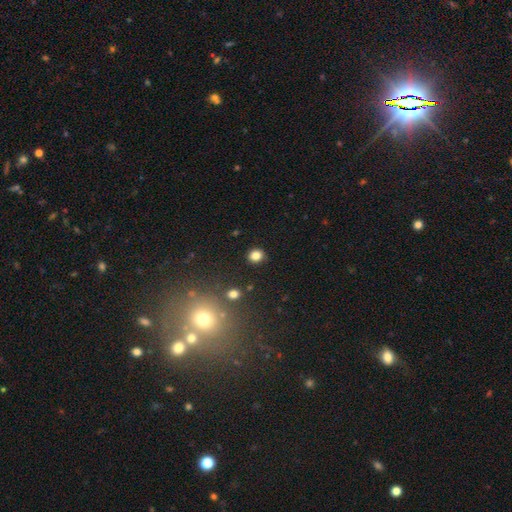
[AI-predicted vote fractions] Q: Smooth or featured?
A: smooth (82%); runner-up: star or artifact (13%)
Q: How rounded?
A: round (74%); runner-up: in between (25%)
Q: Merging?
A: none (88%); runner-up: minor disturbance (8%)